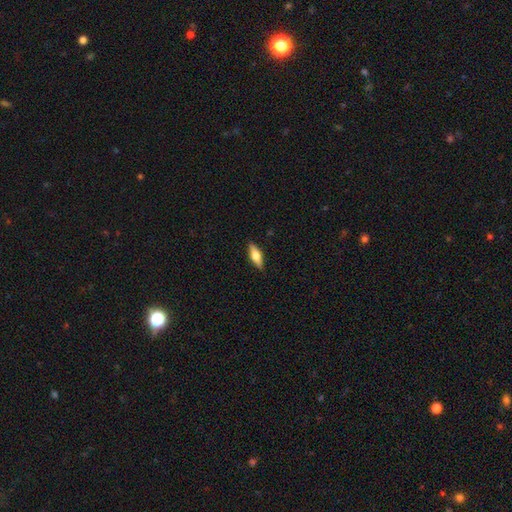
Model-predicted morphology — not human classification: Smooth or featured? Predicted: featured or disk (p=0.48). Merging? Predicted: none (p=0.89).